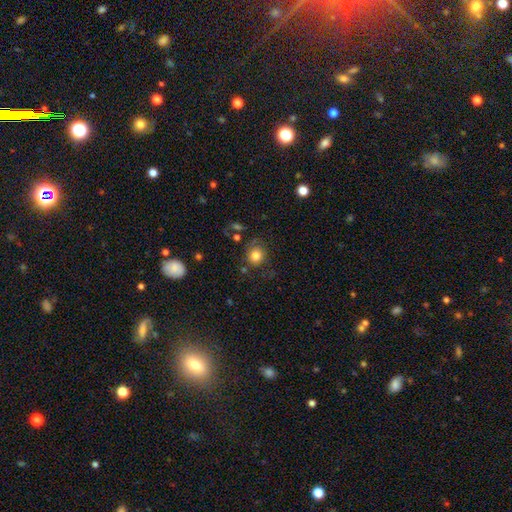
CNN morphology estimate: A smooth galaxy with no disk features (81%) that is round (86%).

Vote fractions:
- Smooth or featured? smooth: 81% / star or artifact: 11% / featured or disk: 8%
- How rounded? round: 86% / in between: 13% / cigar-shaped: 1%
- Merging? none: 75% / minor disturbance: 15% / major disturbance: 6% / merger: 4%